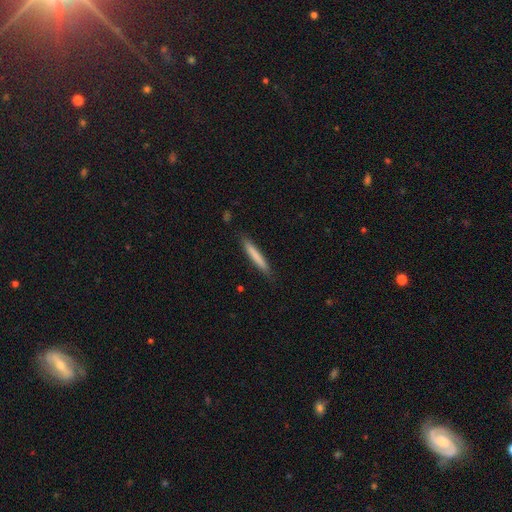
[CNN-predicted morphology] smooth_or_featured: smooth (p=0.77) [alt: featured or disk p=0.18]
how_rounded: cigar-shaped (p=0.95) [alt: in between p=0.04]
merging: none (p=0.87) [alt: minor disturbance p=0.10]